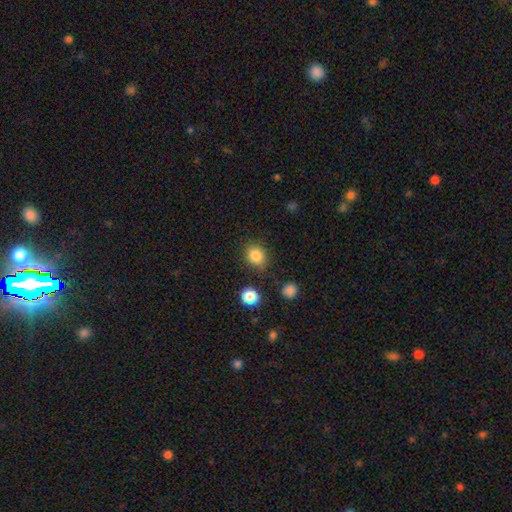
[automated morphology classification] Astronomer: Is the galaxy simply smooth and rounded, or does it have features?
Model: smooth — 84%.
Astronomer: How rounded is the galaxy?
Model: round — 68%.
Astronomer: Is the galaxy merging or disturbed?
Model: none — 80%.